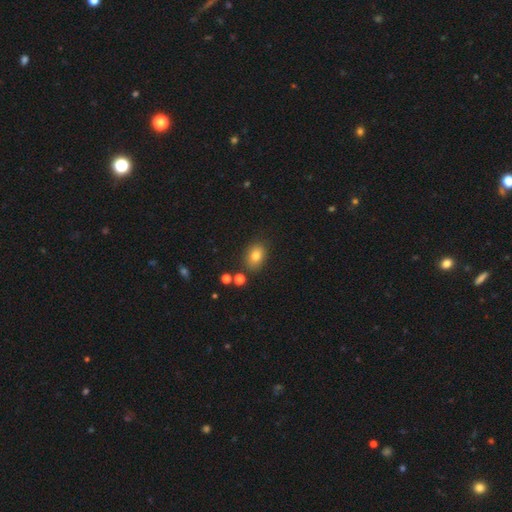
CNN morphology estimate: This is likely a smooth galaxy (79%). How rounded: likely in between (68%). Merging: clearly none (82%).